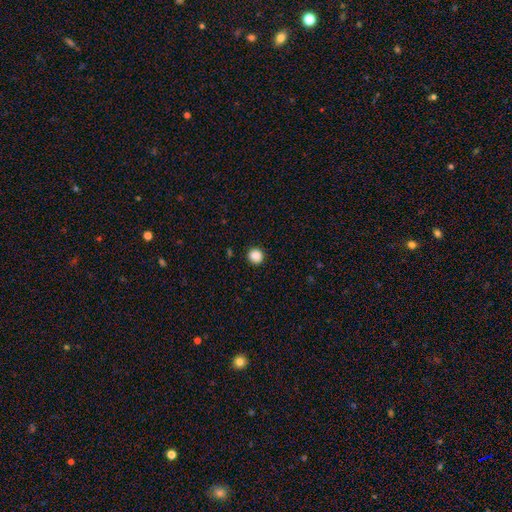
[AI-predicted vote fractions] Smooth or featured: smooth — 87% (star or artifact — 10%)
How rounded: round — 89% (in between — 10%)
Merging: none — 90% (minor disturbance — 7%)